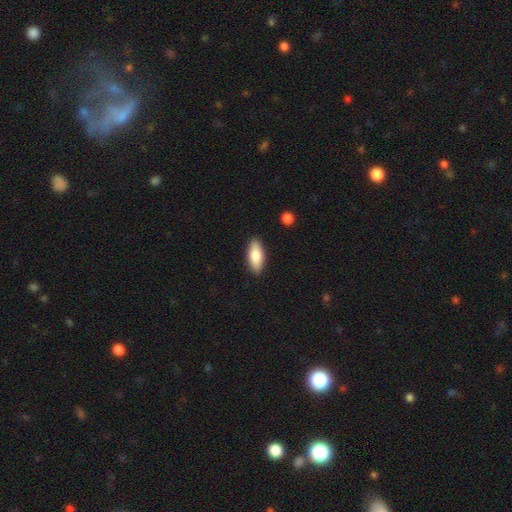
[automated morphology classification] This appears to be a smooth galaxy with no disk features (77%) that is in between round and cigar-shaped (75%). Merging: none (89%).